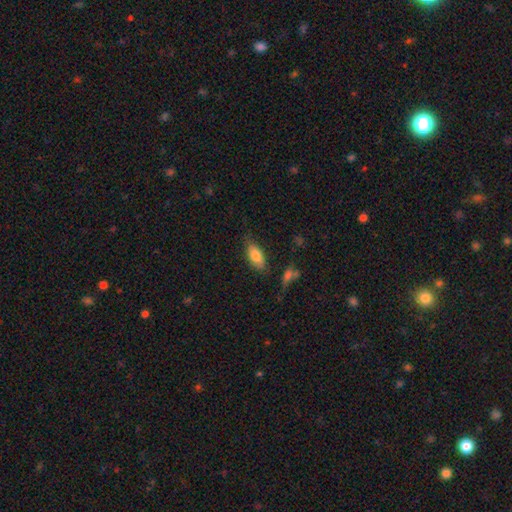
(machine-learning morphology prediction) The model was most divided on "merging": none: 75%, minor disturbance: 18%, major disturbance: 4%, merger: 3%. More confident: how rounded — in between (86%); smooth or featured — smooth (79%).